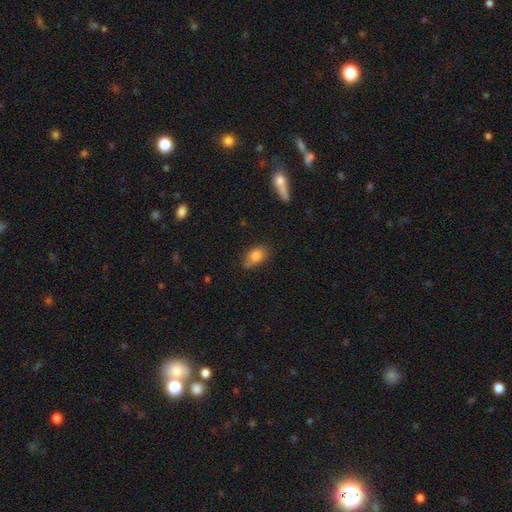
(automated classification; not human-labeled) Morphology: type=smooth (82%); roundness=in between (82%); merging=none (62%).